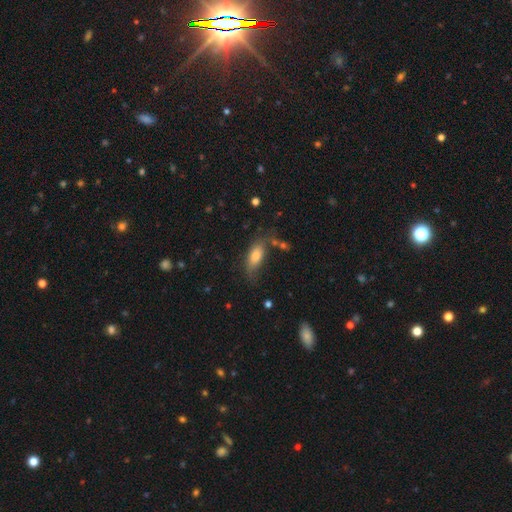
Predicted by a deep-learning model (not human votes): Morphology: type=smooth (75%); roundness=in between (73%); merging=none (64%).